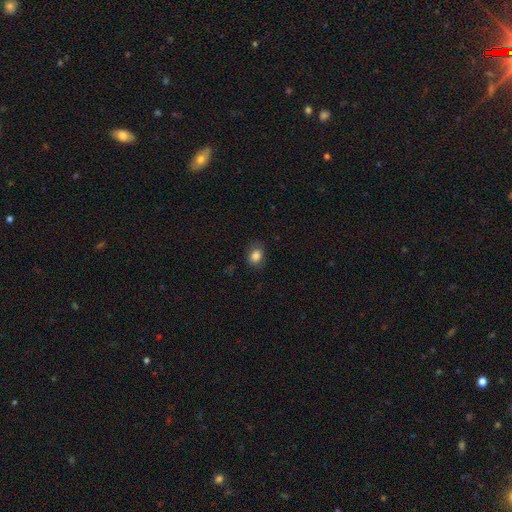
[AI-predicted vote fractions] Overall: smooth (84%). How rounded: in between (54%; round 45%). Merging: none (79%).